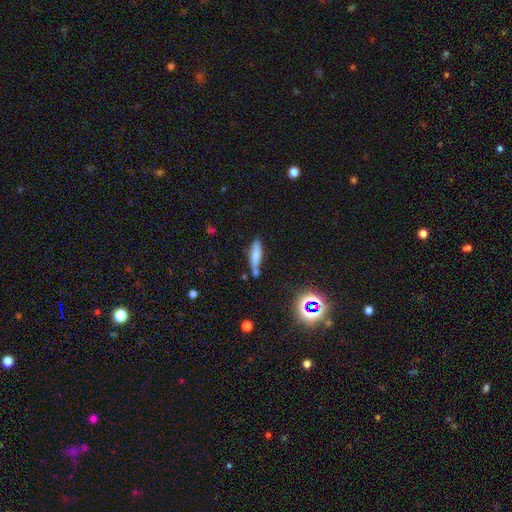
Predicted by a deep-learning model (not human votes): smooth-or-featured: smooth: 73% | featured or disk: 16% | star or artifact: 11%
  how-rounded: cigar-shaped: 65% | in between: 32% | round: 2%
  merging: none: 60% | minor disturbance: 20% | merger: 14% | major disturbance: 5%